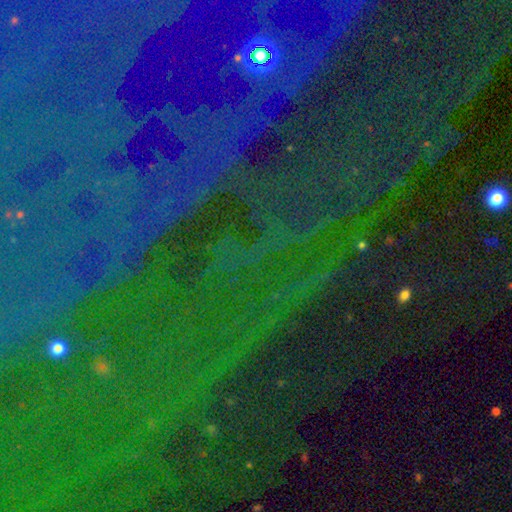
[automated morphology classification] Smooth or featured? Predicted: star or artifact (p=0.84).